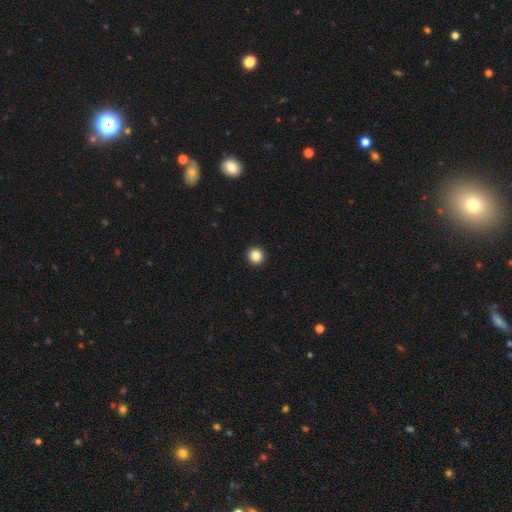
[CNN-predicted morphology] A smooth galaxy with no disk features (85%) that is round (93%).

Vote fractions:
- Smooth or featured? smooth: 85% / star or artifact: 10% / featured or disk: 4%
- How rounded? round: 93% / in between: 6% / cigar-shaped: 1%
- Merging? none: 94% / minor disturbance: 4% / major disturbance: 1% / merger: 1%